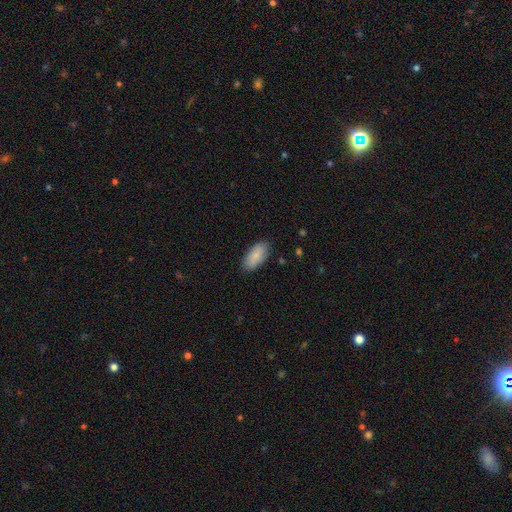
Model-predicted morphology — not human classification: The model was most divided on "merging": none: 84%, minor disturbance: 12%, major disturbance: 2%, merger: 1%. More confident: how rounded — in between (91%); smooth or featured — smooth (84%).